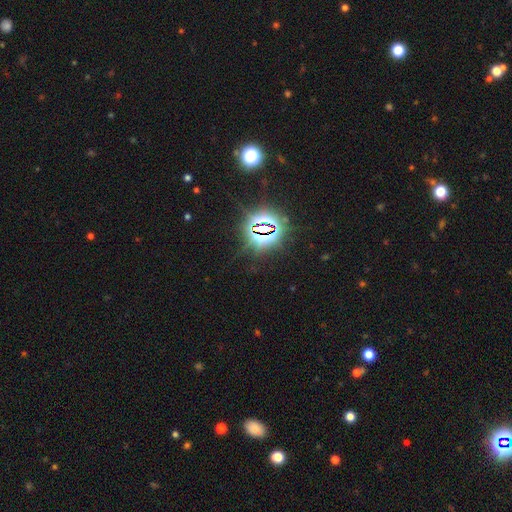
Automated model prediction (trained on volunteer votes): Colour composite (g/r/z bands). It shows a star or artifact, not a galaxy (83%).